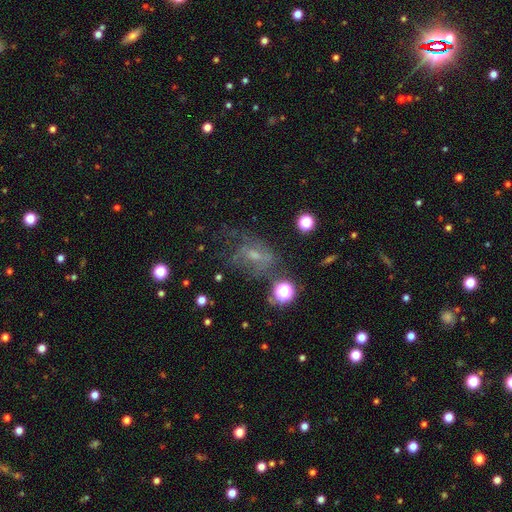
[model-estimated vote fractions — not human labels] Smooth or featured? Predicted: featured or disk (p=0.49). Merging? Predicted: none (p=0.44).